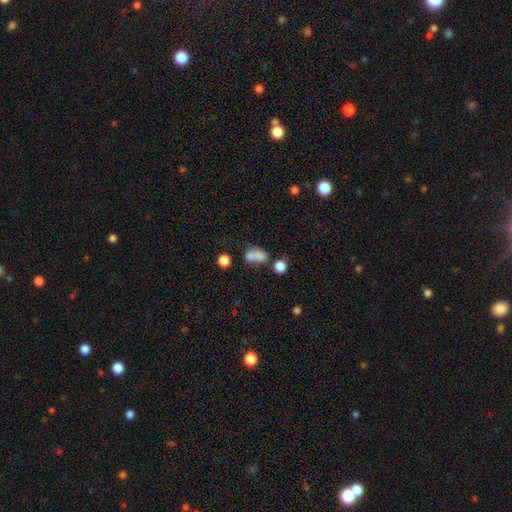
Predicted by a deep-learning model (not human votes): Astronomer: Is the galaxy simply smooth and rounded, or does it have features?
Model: smooth — 74%.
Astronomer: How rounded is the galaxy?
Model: in between — 60% (runner-up: round, 38%).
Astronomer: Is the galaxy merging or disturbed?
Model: merger — 55%.